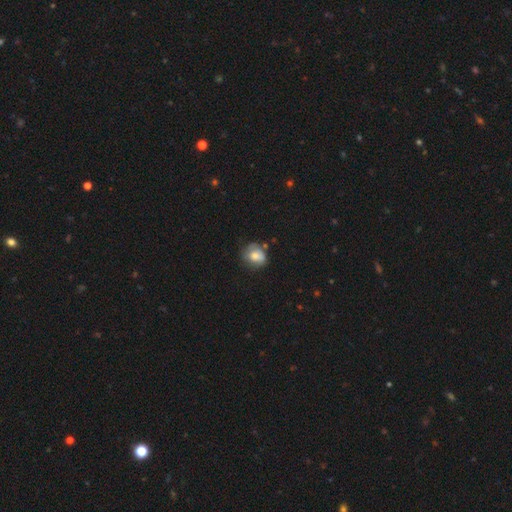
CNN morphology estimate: Overall: smooth (65%; featured or disk 26%). How rounded: round (63%; in between 36%). Merging: none (54%; minor disturbance 30%).